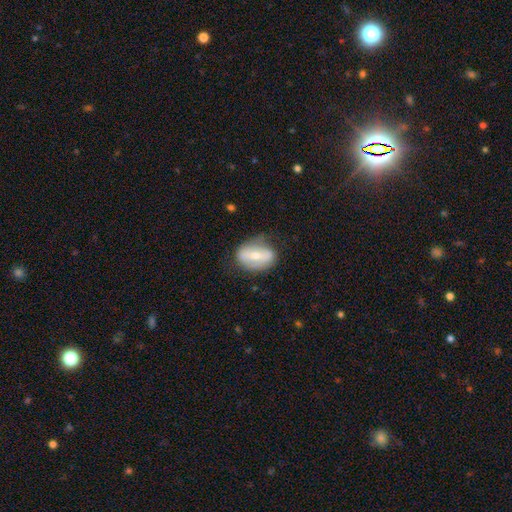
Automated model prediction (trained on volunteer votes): smooth_or_featured: featured or disk (p=0.49) [alt: smooth p=0.44]
merging: none (p=0.64) [alt: minor disturbance p=0.25]